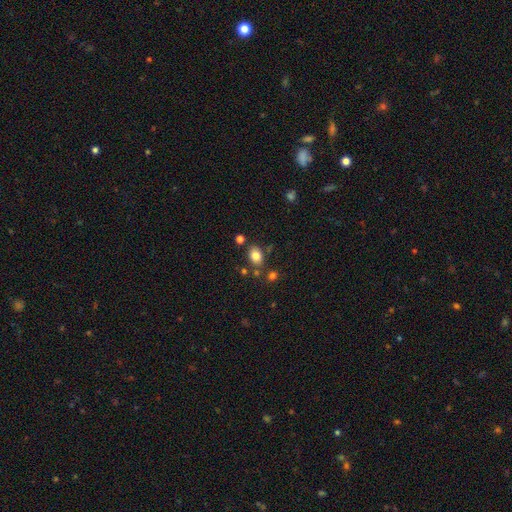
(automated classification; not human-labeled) Overall: smooth (81%). How rounded: in between (70%). Merging: none (76%).